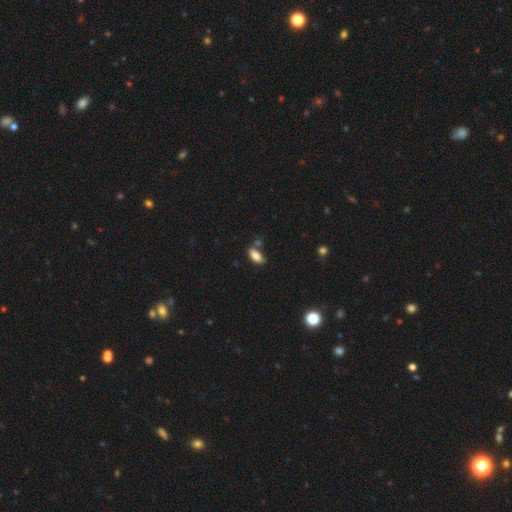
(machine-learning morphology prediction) smooth 82%, featured or disk 10%, star or artifact 8%. Down the decision tree: how rounded — in between (86%); merging — none (67%).